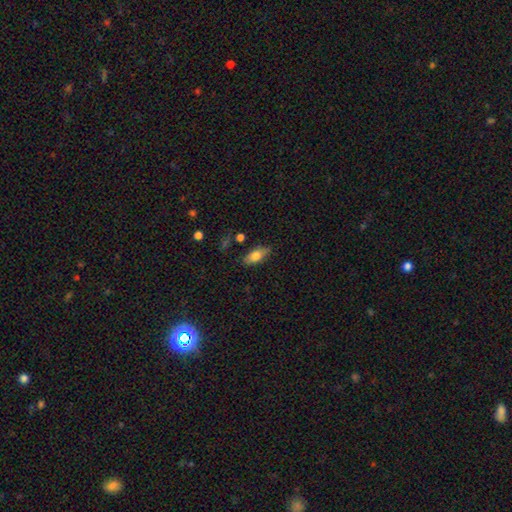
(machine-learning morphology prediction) Q: Smooth or featured?
A: smooth (73%); runner-up: featured or disk (19%)
Q: How rounded?
A: in between (83%); runner-up: cigar-shaped (14%)
Q: Merging?
A: none (80%); runner-up: minor disturbance (15%)